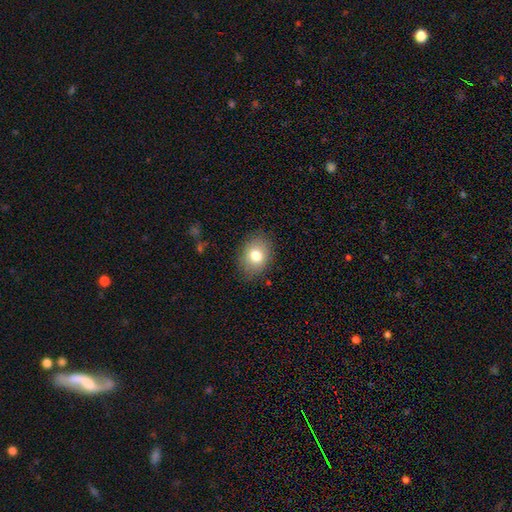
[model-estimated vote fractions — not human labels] Smooth or featured?
  - smooth: 78% *
  - featured or disk: 11%
  - star or artifact: 10%
How rounded?
  - in between: 54% *
  - round: 45%
  - cigar-shaped: 1%
Merging?
  - none: 85% *
  - minor disturbance: 11%
  - major disturbance: 3%
  - merger: 1%